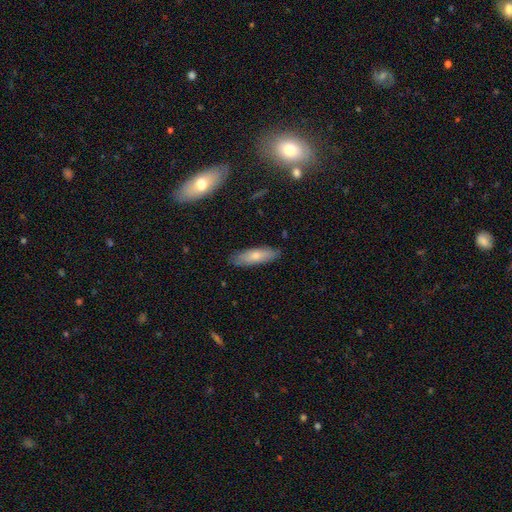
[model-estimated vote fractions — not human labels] The model was most divided on "how rounded": cigar-shaped: 51%, in between: 47%, round: 2%. More confident: merging — none (85%); smooth or featured — smooth (71%).